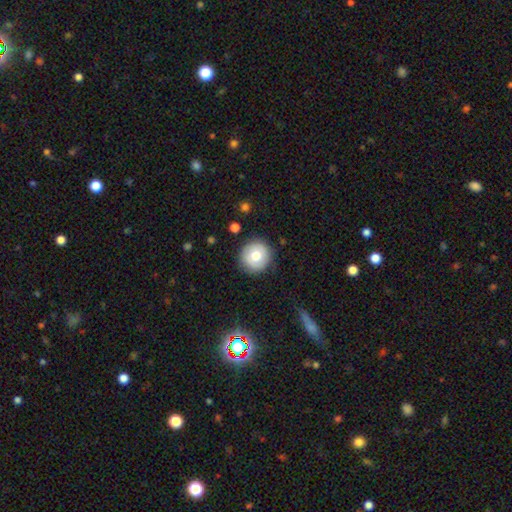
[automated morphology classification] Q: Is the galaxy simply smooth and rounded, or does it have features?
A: smooth — 72%.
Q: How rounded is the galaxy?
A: round — 95%.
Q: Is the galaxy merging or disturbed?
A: none — 88%.